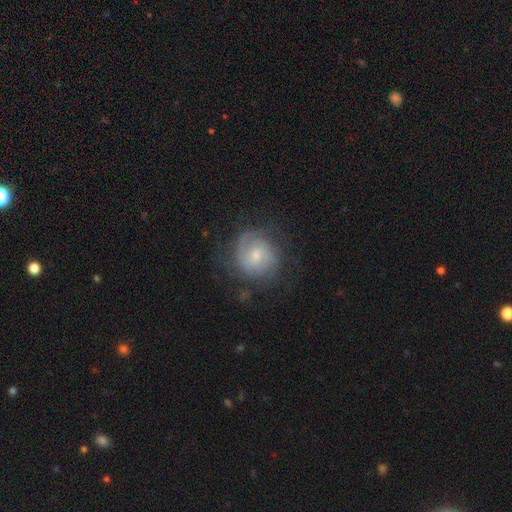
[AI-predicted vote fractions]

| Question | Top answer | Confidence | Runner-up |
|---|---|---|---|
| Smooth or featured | featured or disk | 65% | smooth (28%) |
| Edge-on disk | no | 98% | yes (2%) |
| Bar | no | 56% | weak (39%) |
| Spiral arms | yes | 89% | no (11%) |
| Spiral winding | tight | 50% | medium (36%) |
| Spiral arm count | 2 | 43% | can't tell (32%) |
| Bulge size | small | 54% | moderate (39%) |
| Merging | none | 69% | minor disturbance (19%) |